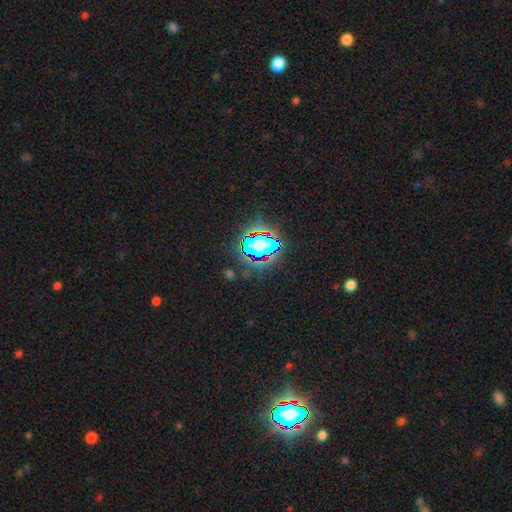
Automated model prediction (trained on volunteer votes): Overall: star or artifact (83%).